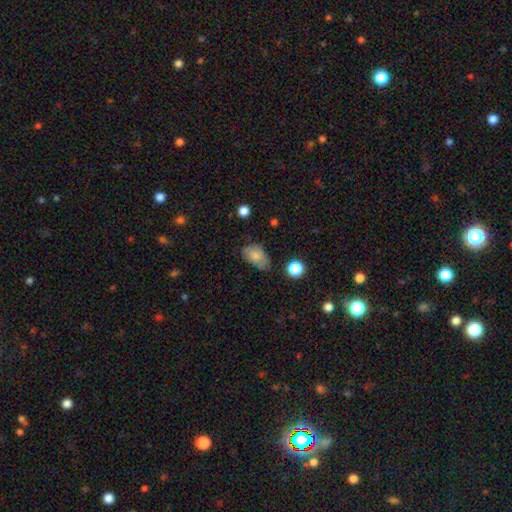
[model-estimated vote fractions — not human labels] A smooth galaxy with no disk features (78%) that is in between round and cigar-shaped (83%). Merging: none (52%).